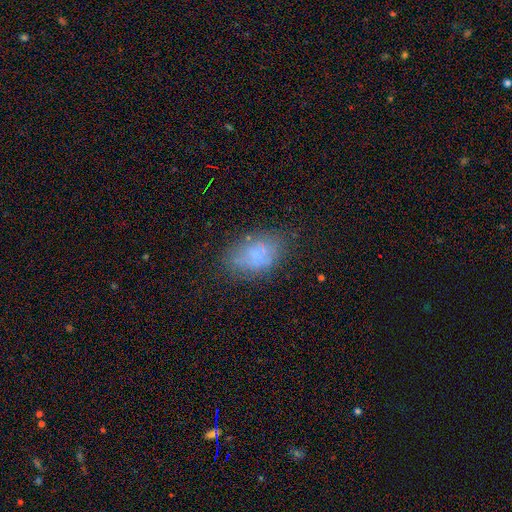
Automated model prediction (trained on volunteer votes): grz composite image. It shows a smooth galaxy with no disk features (68%) that is in between round and cigar-shaped (86%). Merging: none (69%).